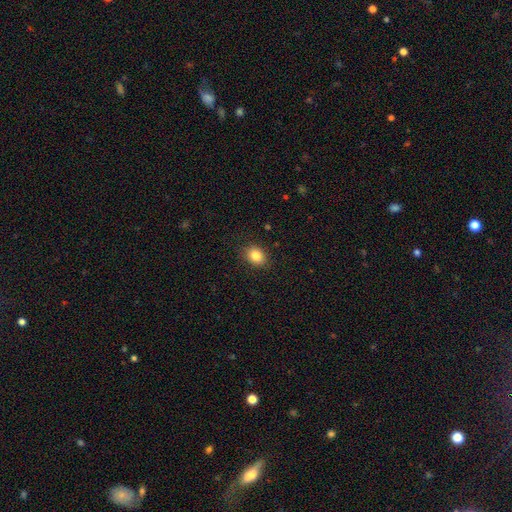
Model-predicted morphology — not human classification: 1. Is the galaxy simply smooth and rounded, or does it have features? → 84% smooth, 10% star or artifact, 6% featured or disk.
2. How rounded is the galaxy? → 52% in between, 47% round, 1% cigar-shaped.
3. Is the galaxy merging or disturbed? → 88% none, 9% minor disturbance, 2% major disturbance, 1% merger.